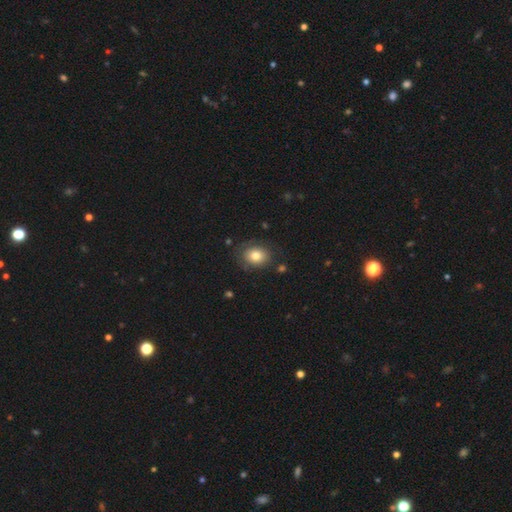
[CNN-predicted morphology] Smooth or featured? smooth (76%)
How rounded? in between (55%)
Merging? none (75%)